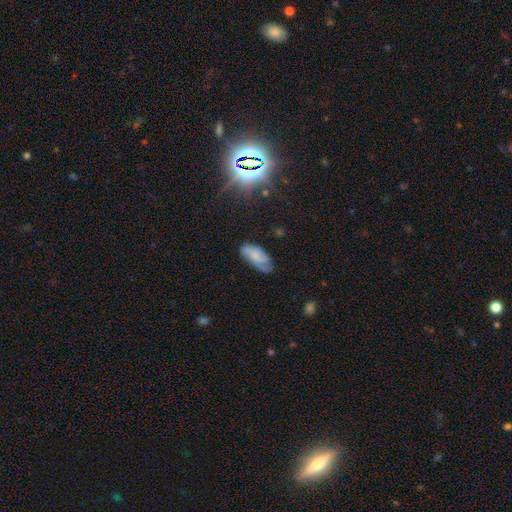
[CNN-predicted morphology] Smooth or featured? Predicted: smooth (p=0.60). How rounded? Predicted: in between (p=0.86). Merging? Predicted: none (p=0.59).